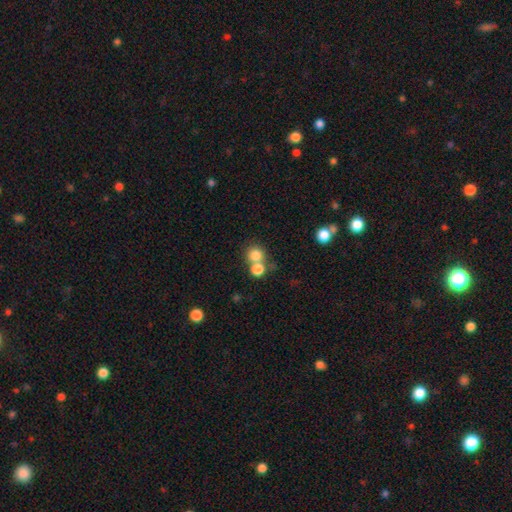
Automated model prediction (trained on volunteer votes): Overall: smooth (80%). How rounded: round (87%). Merging: none (50%; merger 40%).